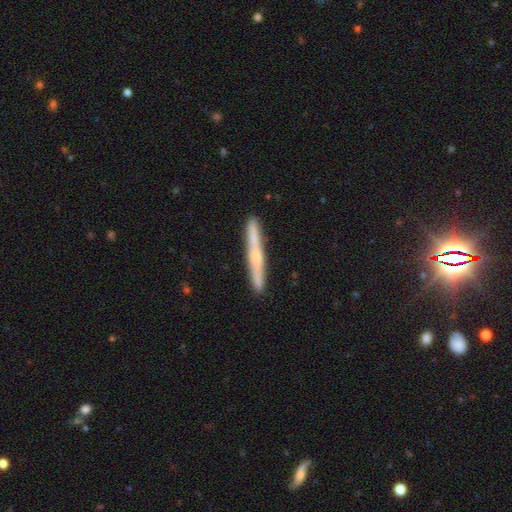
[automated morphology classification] A featured or disk galaxy (52%) viewed edge-on (95%). Merging: none (89%).